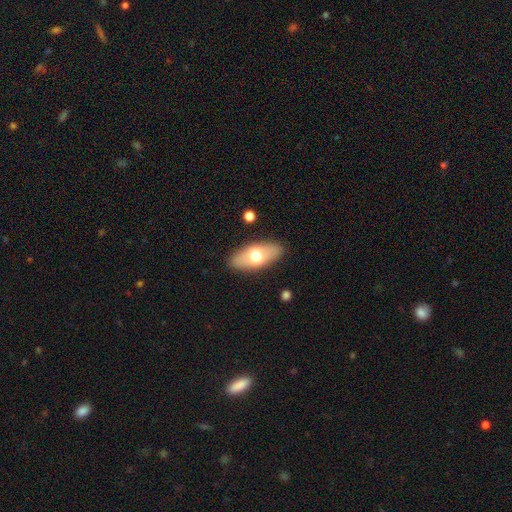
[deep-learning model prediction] Morphology: type=smooth (62%); roundness=in between (85%); merging=none (87%).